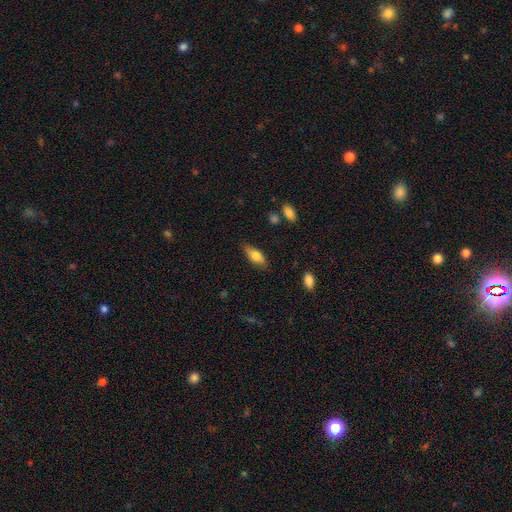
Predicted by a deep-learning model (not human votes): Smooth or featured? Predicted: smooth (p=0.74). How rounded? Predicted: in between (p=0.75). Merging? Predicted: none (p=0.81).